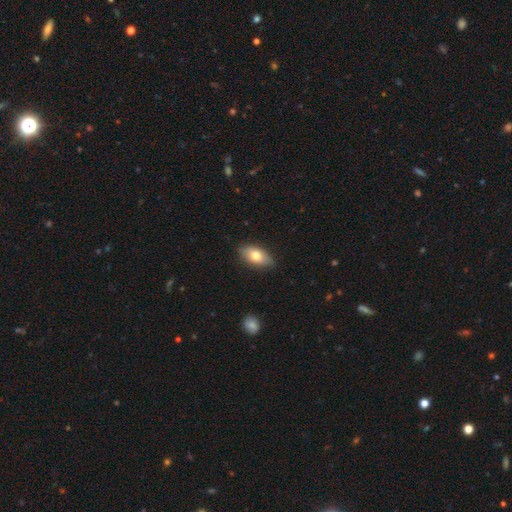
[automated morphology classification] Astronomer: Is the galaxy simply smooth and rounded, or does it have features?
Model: smooth — 75%.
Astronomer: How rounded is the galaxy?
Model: in between — 90%.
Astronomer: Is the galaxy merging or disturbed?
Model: none — 84%.